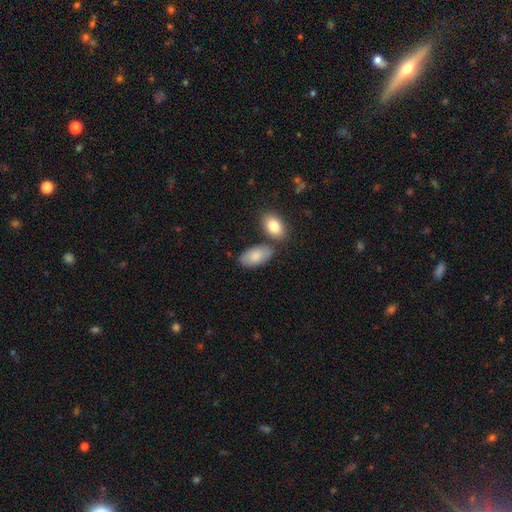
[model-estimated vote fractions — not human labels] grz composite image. It shows a smooth galaxy with no disk features (83%) that is in between round and cigar-shaped (95%). Merging: none (64%).